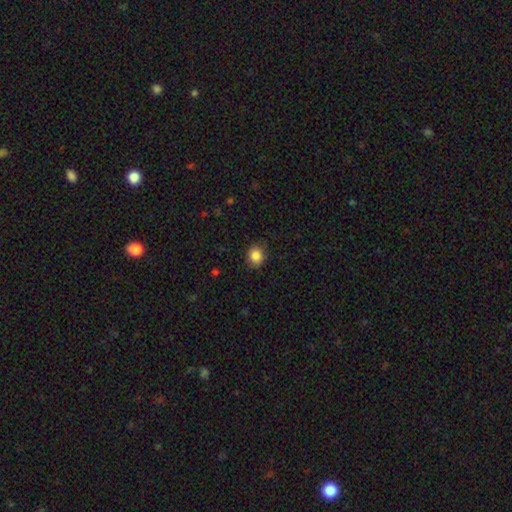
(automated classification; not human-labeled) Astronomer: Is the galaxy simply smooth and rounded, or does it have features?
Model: smooth — 86%.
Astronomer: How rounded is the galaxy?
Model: round — 74%.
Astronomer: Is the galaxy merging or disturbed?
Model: none — 82%.